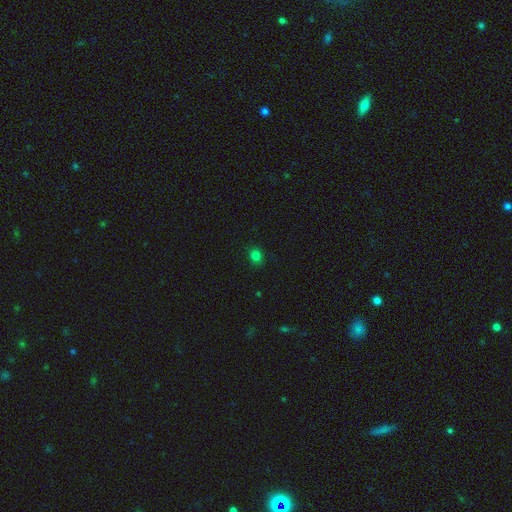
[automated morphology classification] Smooth or featured? smooth (80%)
How rounded? round (72%)
Merging? none (88%)